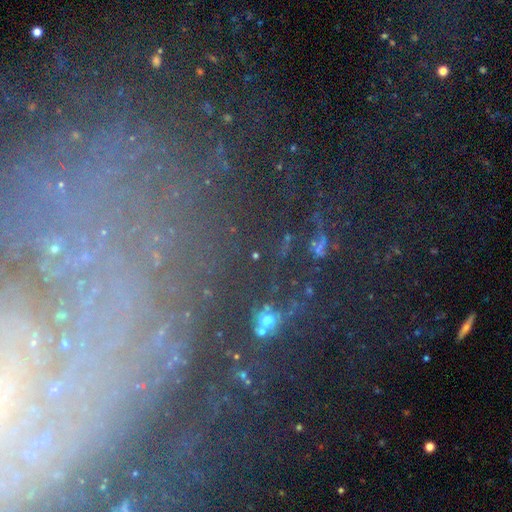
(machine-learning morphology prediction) smooth-or-featured: star or artifact: 49% | featured or disk: 30% | smooth: 21%